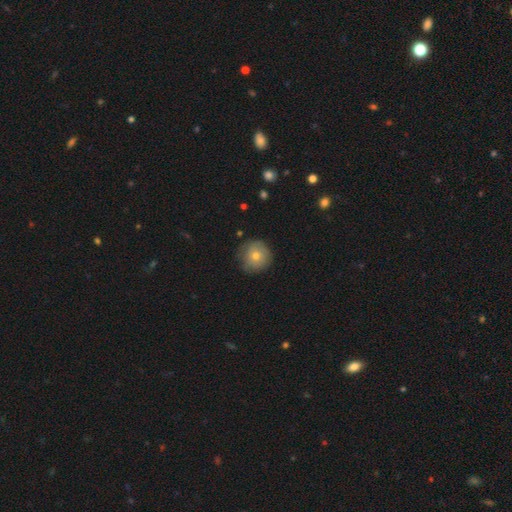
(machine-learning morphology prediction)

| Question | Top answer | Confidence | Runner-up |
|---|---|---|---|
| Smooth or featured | smooth | 68% | featured or disk (22%) |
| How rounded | round | 93% | in between (6%) |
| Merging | none | 78% | minor disturbance (17%) |